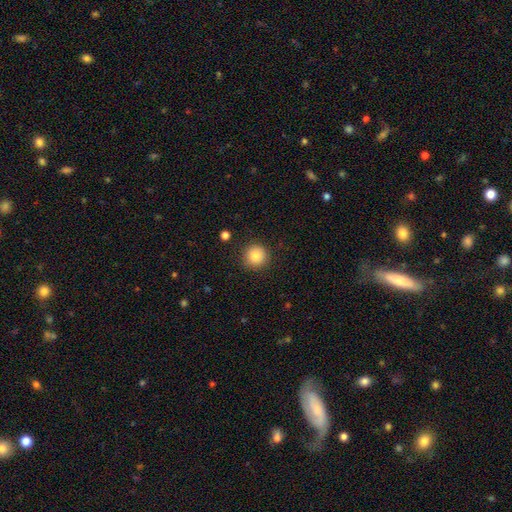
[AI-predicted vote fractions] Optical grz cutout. It shows a smooth galaxy with no disk features (86%) that is round (94%). Merging: none (88%).